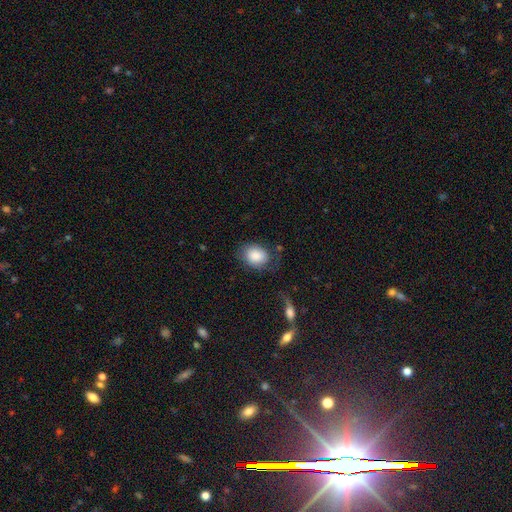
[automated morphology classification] A smooth galaxy with no disk features (83%) that is in between round and cigar-shaped (61%). Merging: none (63%).